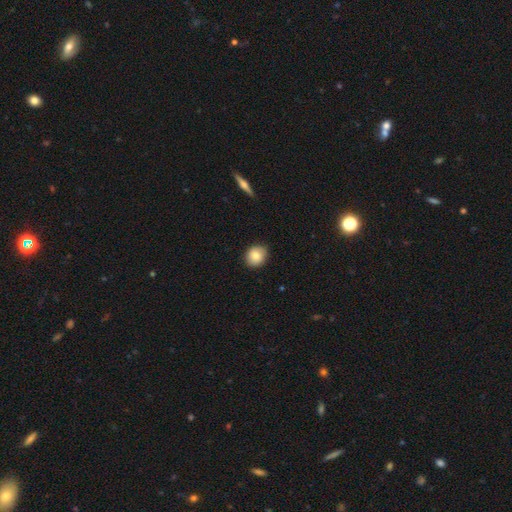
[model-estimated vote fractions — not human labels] Smooth or featured?
  - smooth: 82% *
  - featured or disk: 10%
  - star or artifact: 9%
How rounded?
  - round: 75% *
  - in between: 24%
  - cigar-shaped: 1%
Merging?
  - none: 87% *
  - minor disturbance: 10%
  - major disturbance: 2%
  - merger: 1%